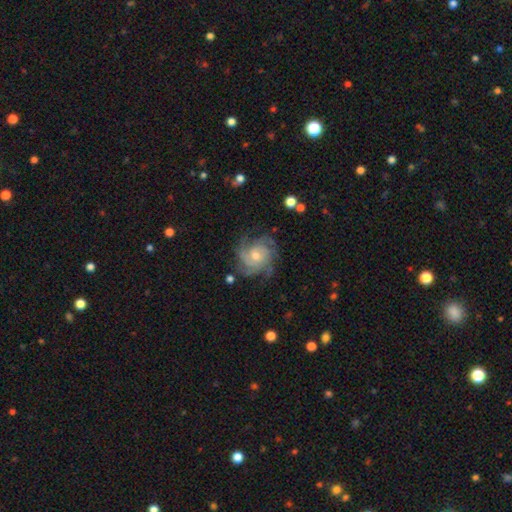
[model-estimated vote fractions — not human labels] Overall: featured or disk (86%). Edge-on disk: no (98%). Bar: no (76%). Spiral arms: yes (97%). Spiral arm count: 4 (30%; 3 23%). Spiral winding: tight (60%; medium 33%). Bulge size: small (49%; moderate 47%). Merging: none (74%).